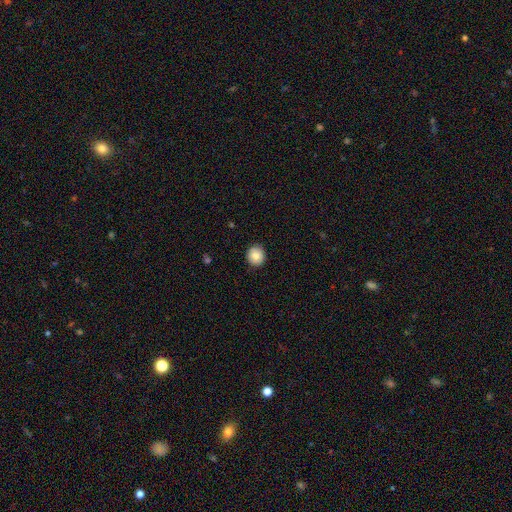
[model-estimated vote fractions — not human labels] A smooth galaxy with no disk features (80%) that is round (89%). Merging: none (90%).